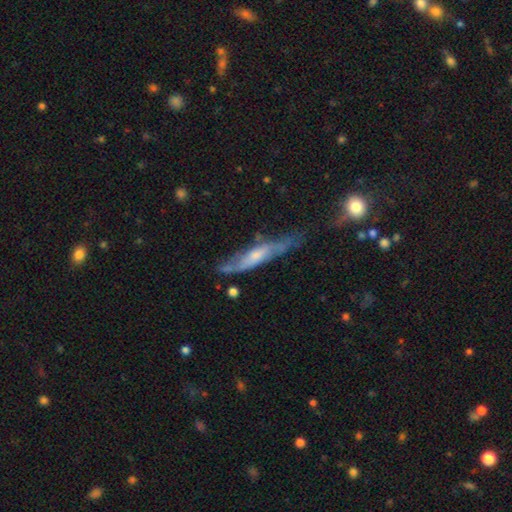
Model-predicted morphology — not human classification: A featured or disk galaxy (61%).

Vote fractions:
- Smooth or featured? featured or disk: 61% / smooth: 33% / star or artifact: 6%
- Edge-on disk? no: 51% / yes: 49%
- Merging? none: 49% / minor disturbance: 29% / major disturbance: 17% / merger: 5%